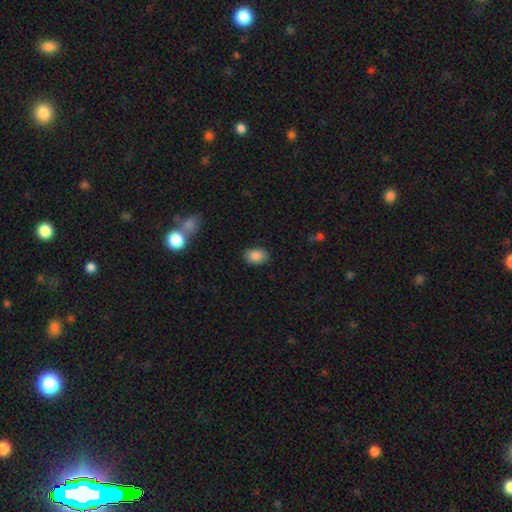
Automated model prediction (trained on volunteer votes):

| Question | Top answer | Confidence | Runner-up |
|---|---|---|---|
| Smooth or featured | smooth | 87% | star or artifact (8%) |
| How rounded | in between | 85% | round (14%) |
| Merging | none | 86% | minor disturbance (10%) |